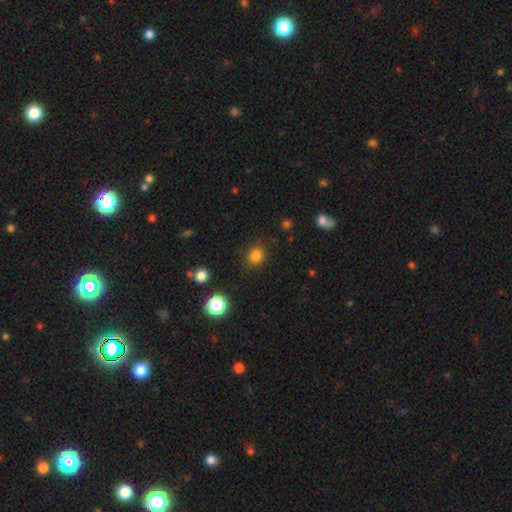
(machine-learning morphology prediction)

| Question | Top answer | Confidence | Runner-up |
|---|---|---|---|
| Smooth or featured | smooth | 83% | star or artifact (13%) |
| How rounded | round | 76% | in between (23%) |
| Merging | none | 86% | minor disturbance (9%) |